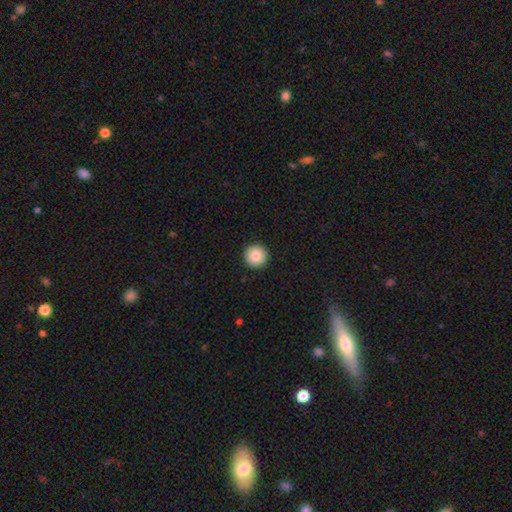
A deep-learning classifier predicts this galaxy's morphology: Smooth or featured?
  - smooth: 84% *
  - star or artifact: 8%
  - featured or disk: 8%
How rounded?
  - round: 97% *
  - in between: 2%
  - cigar-shaped: 1%
Merging?
  - none: 94% *
  - minor disturbance: 4%
  - major disturbance: 1%
  - merger: 1%